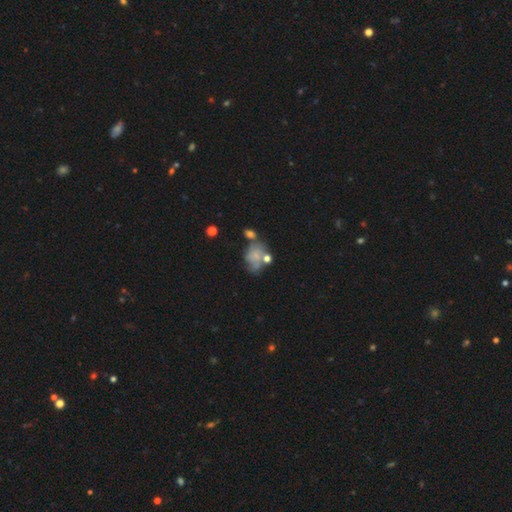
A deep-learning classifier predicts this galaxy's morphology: A smooth galaxy with no disk features (47%). Merging: none (32%).